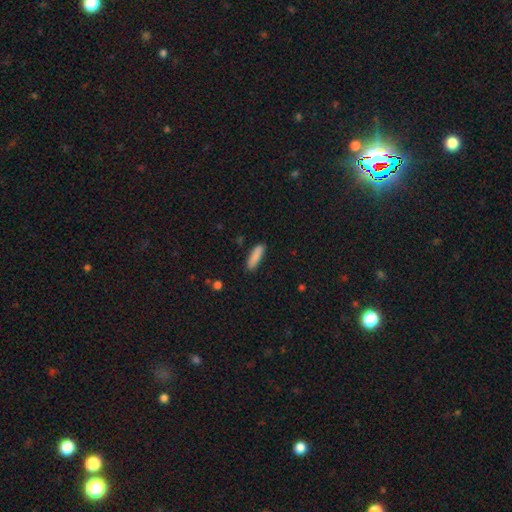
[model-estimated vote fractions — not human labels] A smooth galaxy with no disk features (87%) that is cigar-shaped (61%). Merging: none (85%).